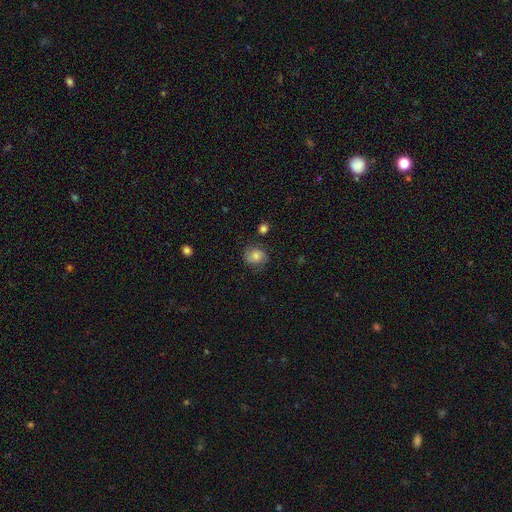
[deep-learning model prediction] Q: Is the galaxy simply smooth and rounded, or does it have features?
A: smooth — 55%.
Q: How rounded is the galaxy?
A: round — 74%.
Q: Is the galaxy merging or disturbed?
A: none — 72%.